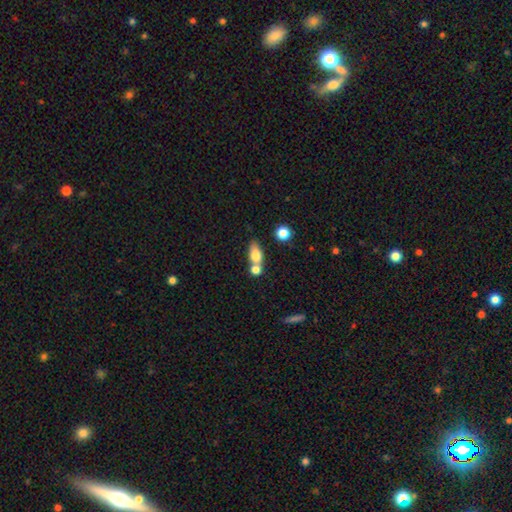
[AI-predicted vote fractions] Q: Smooth or featured?
A: smooth (76%); runner-up: featured or disk (15%)
Q: How rounded?
A: in between (71%); runner-up: round (18%)
Q: Merging?
A: merger (46%); runner-up: none (38%)